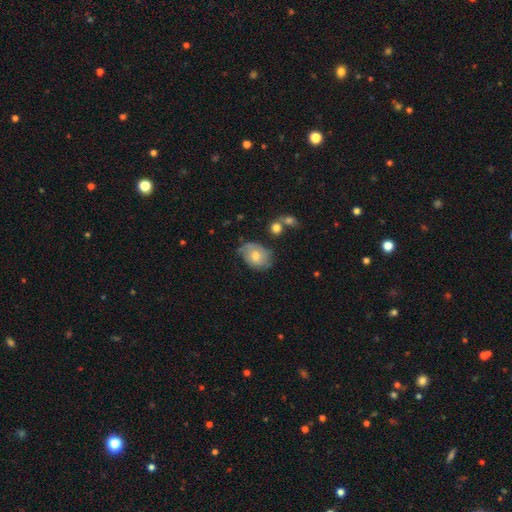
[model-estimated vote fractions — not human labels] smooth-or-featured: smooth: 59% | featured or disk: 34% | star or artifact: 7%
  how-rounded: in between: 68% | round: 31% | cigar-shaped: 1%
  merging: none: 59% | minor disturbance: 29% | major disturbance: 8% | merger: 4%